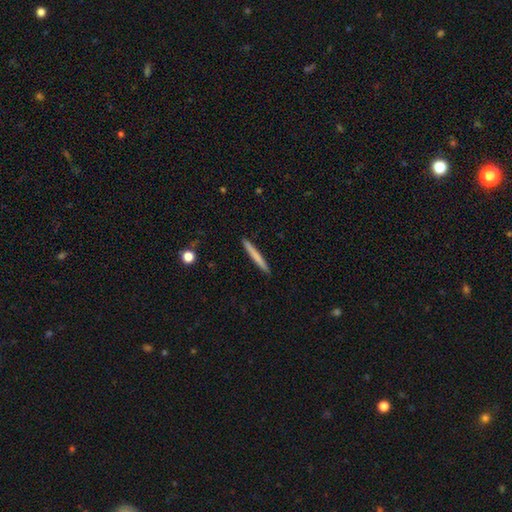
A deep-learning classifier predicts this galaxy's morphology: smooth 70%, featured or disk 25%, star or artifact 6%. Down the decision tree: how rounded — cigar-shaped (97%); merging — none (92%).